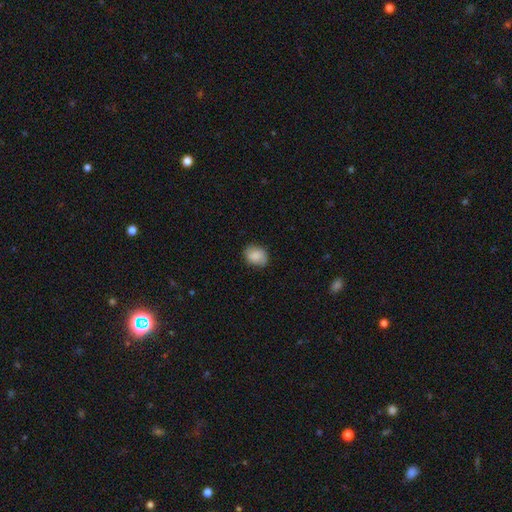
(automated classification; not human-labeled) smooth_or_featured: smooth (p=0.81) [alt: featured or disk p=0.11]
how_rounded: round (p=0.51) [alt: in between p=0.48]
merging: none (p=0.78) [alt: minor disturbance p=0.17]